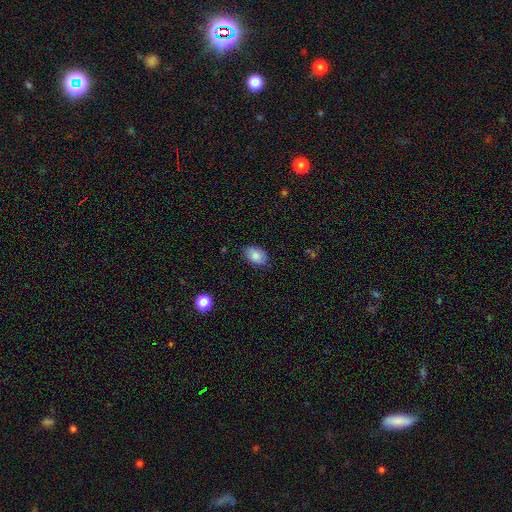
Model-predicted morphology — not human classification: type=smooth (87%); roundness=in between (84%); merging=none (83%).